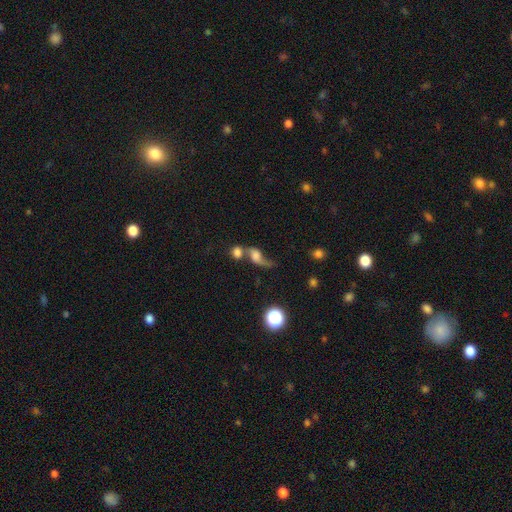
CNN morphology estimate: Q: Smooth or featured?
A: featured or disk (43%); runner-up: smooth (42%)
Q: Merging?
A: merger (52%); runner-up: none (19%)